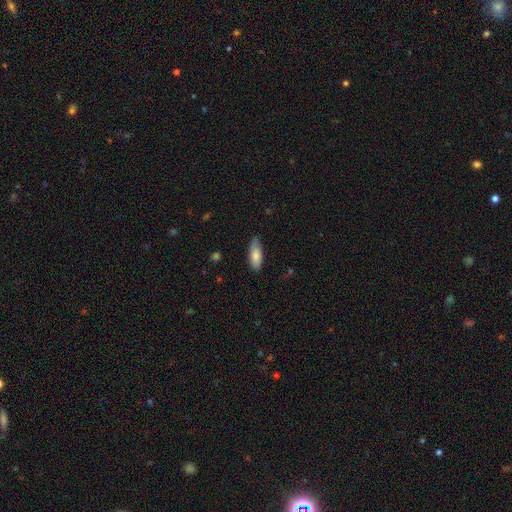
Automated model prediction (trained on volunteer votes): Overall: smooth (81%). How rounded: in between (71%). Merging: none (76%).